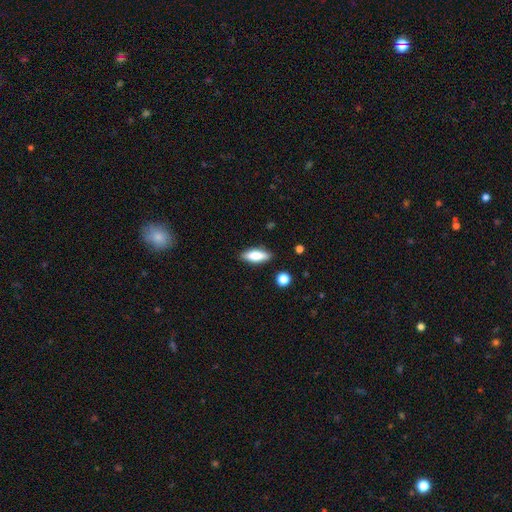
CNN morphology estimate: type=smooth (75%); roundness=in between (65%); merging=none (85%).